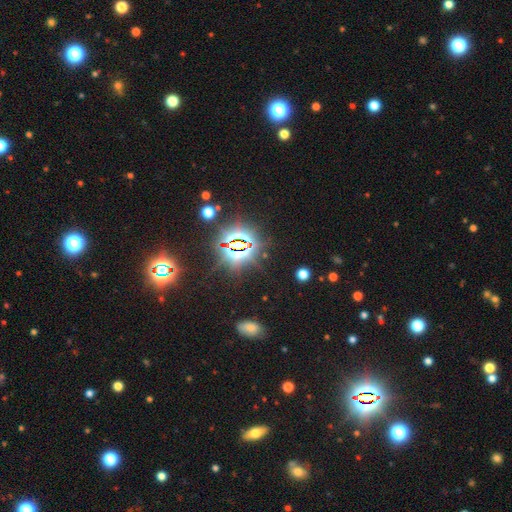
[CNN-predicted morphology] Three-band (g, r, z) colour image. It shows a star or artifact, not a galaxy (81%).